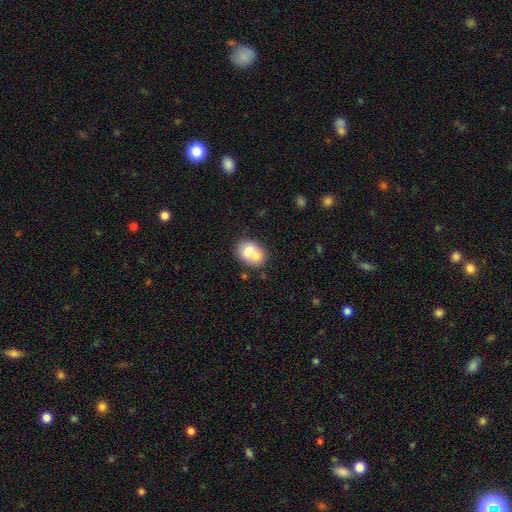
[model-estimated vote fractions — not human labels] Morphology: type=smooth (70%); roundness=round (51%); merging=merger (58%).